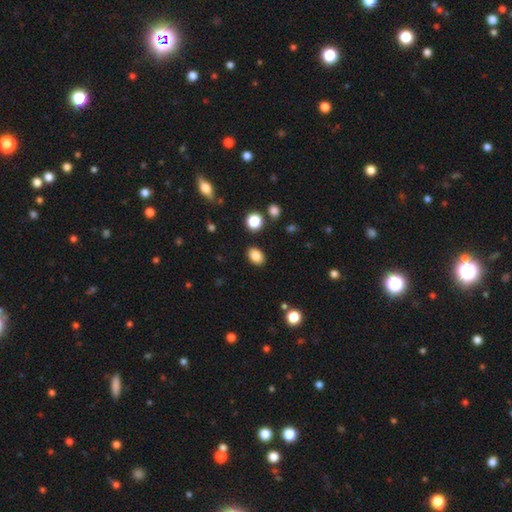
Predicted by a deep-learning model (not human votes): This is clearly a smooth galaxy (85%). How rounded: likely in between (79%). Merging: clearly none (87%).